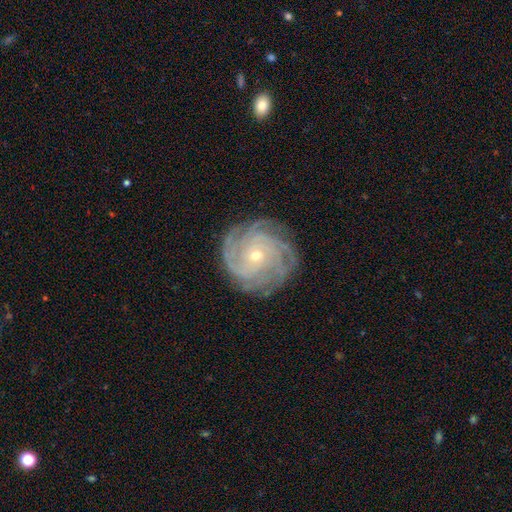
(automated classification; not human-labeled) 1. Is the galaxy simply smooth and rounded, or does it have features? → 89% featured or disk, 6% star or artifact, 5% smooth.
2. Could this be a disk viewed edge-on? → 97% no, 3% yes.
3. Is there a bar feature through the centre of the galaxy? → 72% no, 21% weak, 6% strong.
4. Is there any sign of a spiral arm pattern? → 98% yes, 2% no.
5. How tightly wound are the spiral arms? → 79% tight, 18% medium, 3% loose.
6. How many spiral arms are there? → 29% 4, 24% more than 4, 17% can't tell, 14% 3, 8% 2, 7% 1.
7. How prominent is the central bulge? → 69% small, 28% moderate, 1% large, 1% none, 1% dominant.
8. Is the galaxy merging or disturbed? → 84% none, 12% minor disturbance, 4% major disturbance, 1% merger.